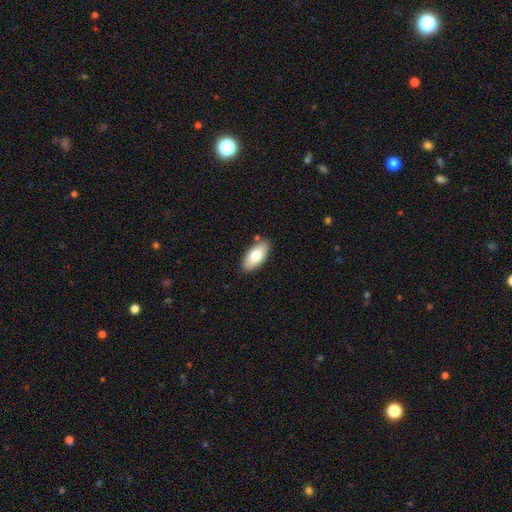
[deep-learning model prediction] Smooth or featured: smooth — 77% (featured or disk — 17%)
How rounded: in between — 91% (cigar-shaped — 7%)
Merging: none — 85% (minor disturbance — 11%)